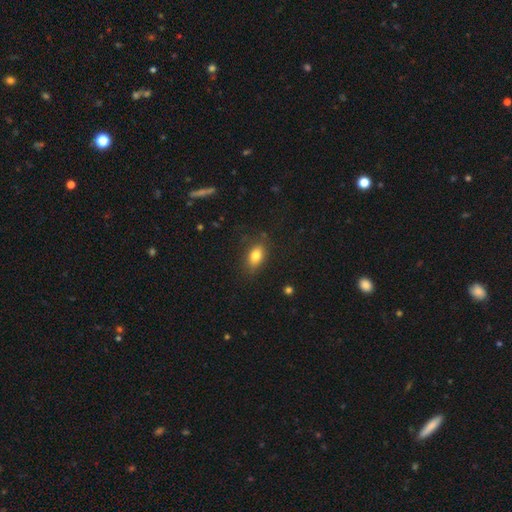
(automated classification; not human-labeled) Overall: smooth (80%). How rounded: in between (84%). Merging: none (78%).